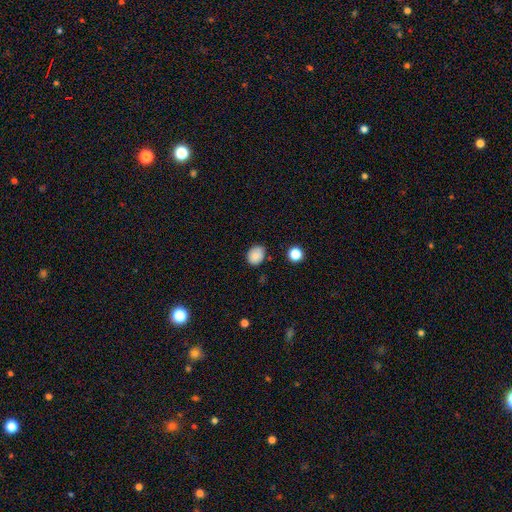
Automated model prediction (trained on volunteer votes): Smooth or featured? smooth (84%)
How rounded? round (56%)
Merging? none (75%)